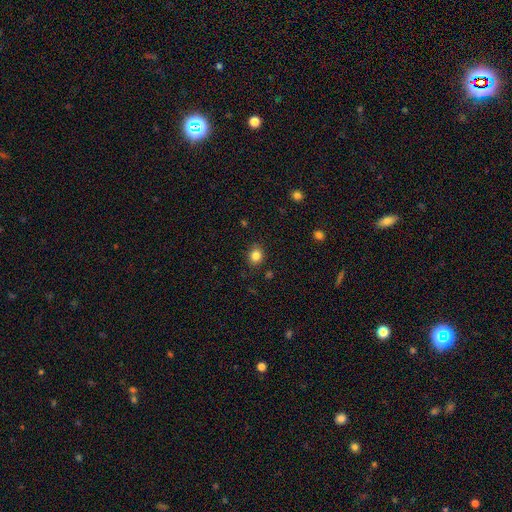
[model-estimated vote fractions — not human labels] Smooth or featured? Predicted: smooth (p=0.83). How rounded? Predicted: round (p=0.68). Merging? Predicted: none (p=0.86).